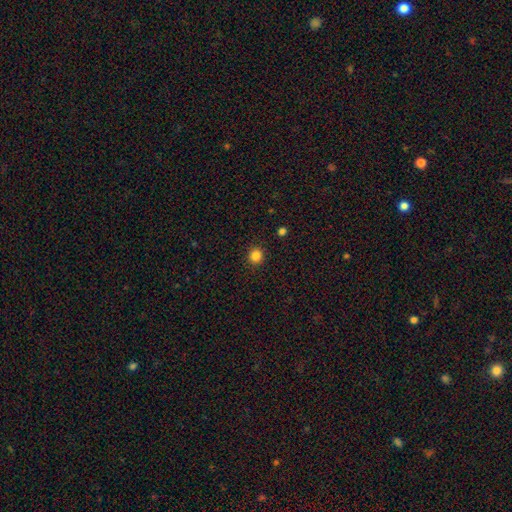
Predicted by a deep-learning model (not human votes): smooth 85%, star or artifact 12%, featured or disk 3%. Down the decision tree: how rounded — round (92%); merging — none (92%).